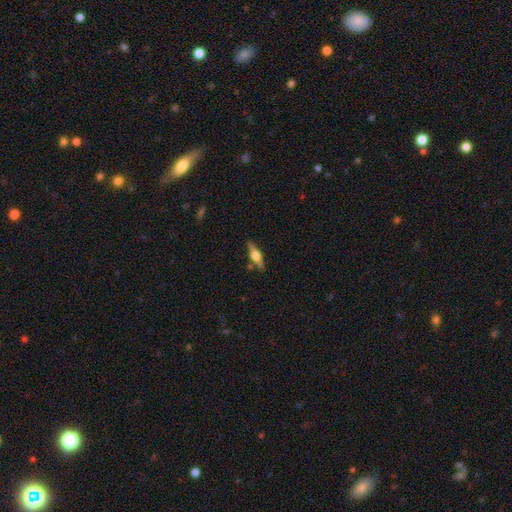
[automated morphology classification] smooth-or-featured: featured or disk: 72% | smooth: 22% | star or artifact: 6%
  disk-edge-on: yes: 97% | no: 3%
    edge-on-bulge: rounded: 92% | boxy: 6% | none: 2%
  merging: none: 85% | minor disturbance: 10% | merger: 3% | major disturbance: 2%